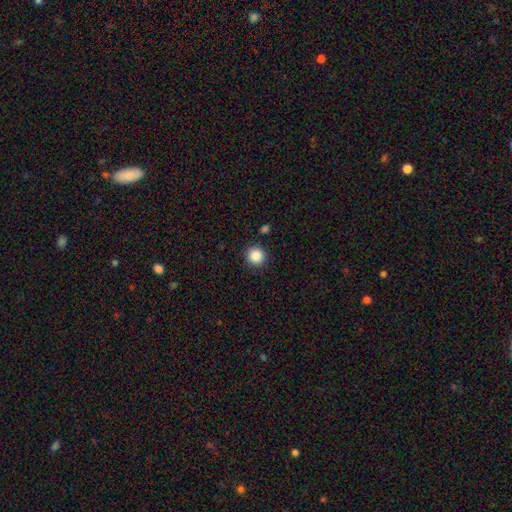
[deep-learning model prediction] smooth_or_featured: smooth (p=0.87) [alt: star or artifact p=0.10]
how_rounded: round (p=0.95) [alt: in between p=0.04]
merging: none (p=0.90) [alt: minor disturbance p=0.06]